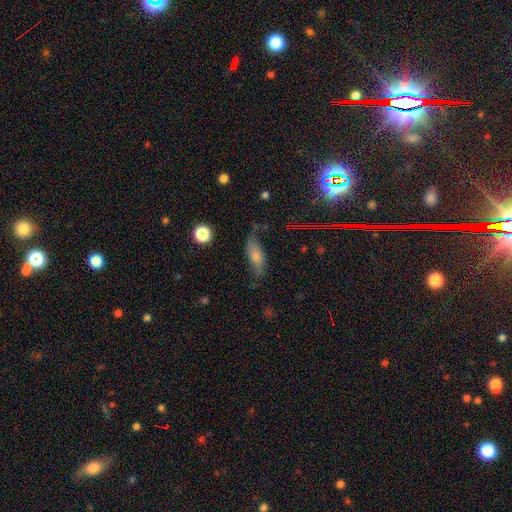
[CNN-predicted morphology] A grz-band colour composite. It shows a smooth galaxy with no disk features (61%) that is in between round and cigar-shaped (69%). Merging: none (58%).